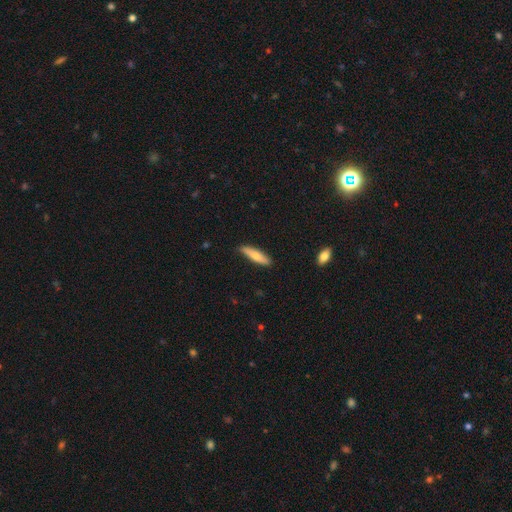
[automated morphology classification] A smooth galaxy with no disk features (70%) that is cigar-shaped (73%). Merging: none (83%).